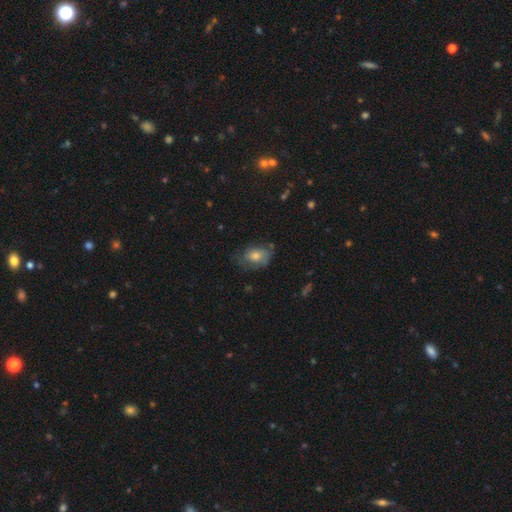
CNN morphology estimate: type=smooth (58%); roundness=in between (76%); merging=none (60%).